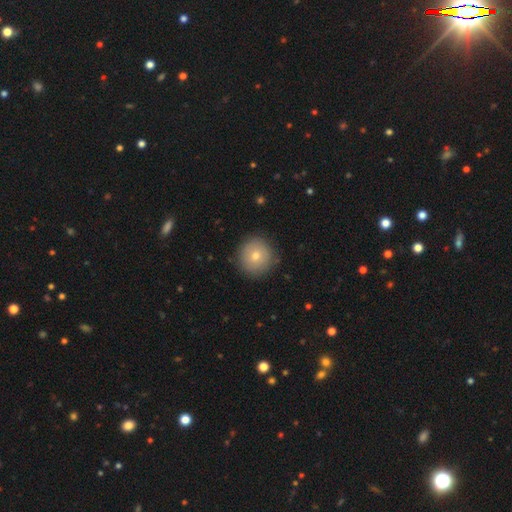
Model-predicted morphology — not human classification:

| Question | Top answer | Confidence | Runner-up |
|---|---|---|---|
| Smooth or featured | smooth | 73% | featured or disk (16%) |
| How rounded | round | 95% | in between (5%) |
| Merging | none | 89% | minor disturbance (8%) |